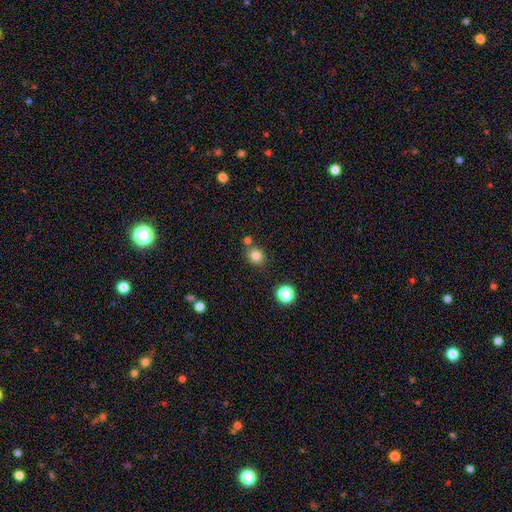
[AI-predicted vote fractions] Smooth or featured? smooth (82%)
How rounded? round (76%)
Merging? none (75%)